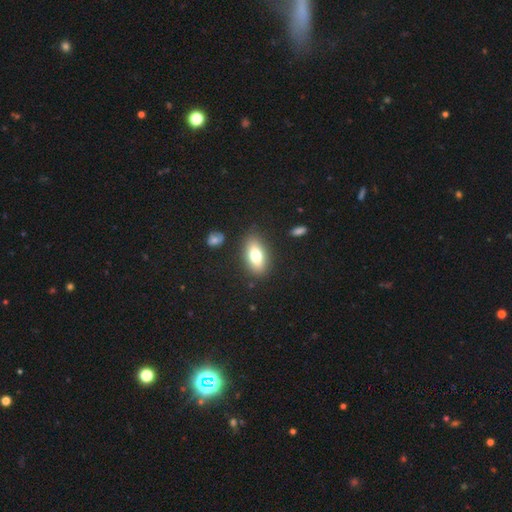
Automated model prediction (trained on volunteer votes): This appears to be a smooth galaxy with no disk features (73%) that is in between round and cigar-shaped (85%). Merging: none (84%).